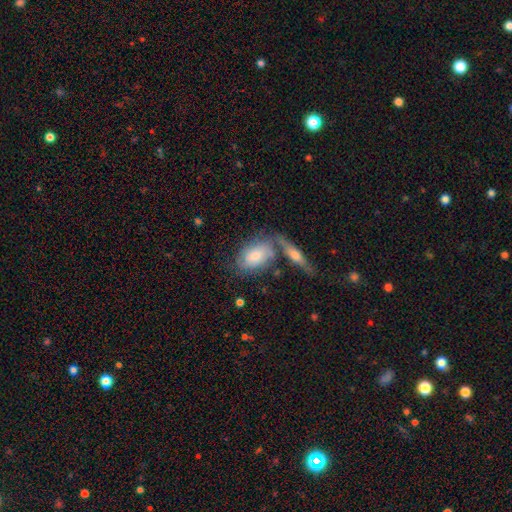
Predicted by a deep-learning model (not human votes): smooth_or_featured: smooth (p=0.55) [alt: featured or disk p=0.39]
how_rounded: in between (p=0.85) [alt: round p=0.10]
merging: none (p=0.43) [alt: merger p=0.30]